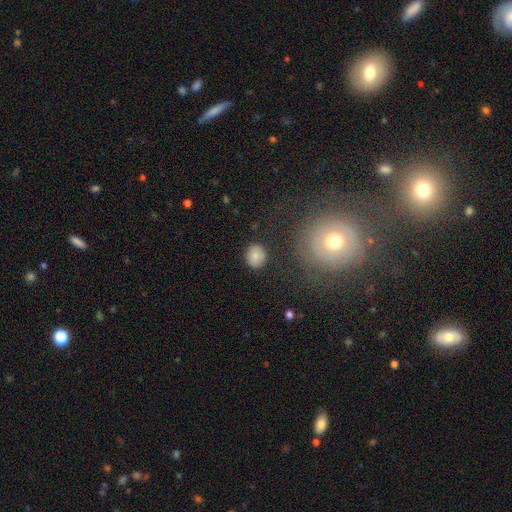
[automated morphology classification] A smooth galaxy with no disk features (82%) that is round (66%).

Vote fractions:
- Smooth or featured? smooth: 82% / star or artifact: 10% / featured or disk: 9%
- How rounded? round: 66% / in between: 33% / cigar-shaped: 1%
- Merging? none: 83% / minor disturbance: 11% / major disturbance: 3% / merger: 2%